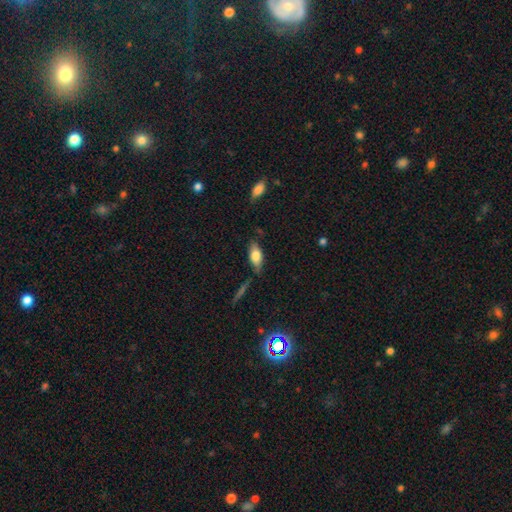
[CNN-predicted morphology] This is likely a smooth galaxy (72%). How rounded: clearly in between (81%). Merging: likely none (70%).